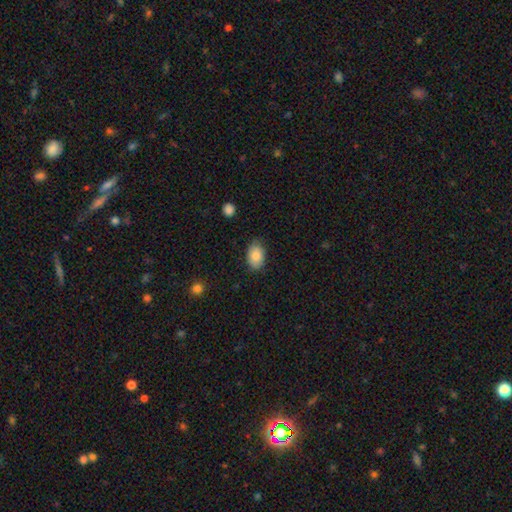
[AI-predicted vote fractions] smooth 84%, featured or disk 9%, star or artifact 7%. Down the decision tree: how rounded — in between (86%); merging — none (74%).